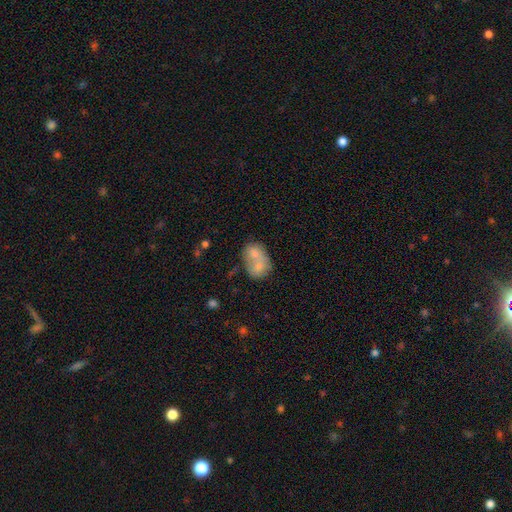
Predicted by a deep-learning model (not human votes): This is likely a smooth galaxy (70%). How rounded: likely in between (61%). Merging: likely merger (70%).